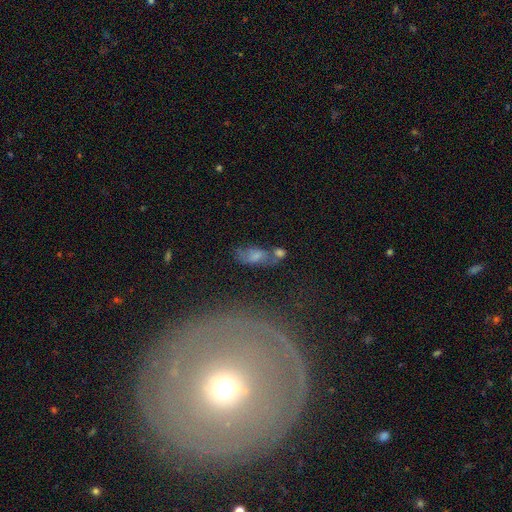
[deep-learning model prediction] Q: Smooth or featured?
A: smooth (48%); runner-up: featured or disk (36%)
Q: Merging?
A: none (49%); runner-up: minor disturbance (21%)